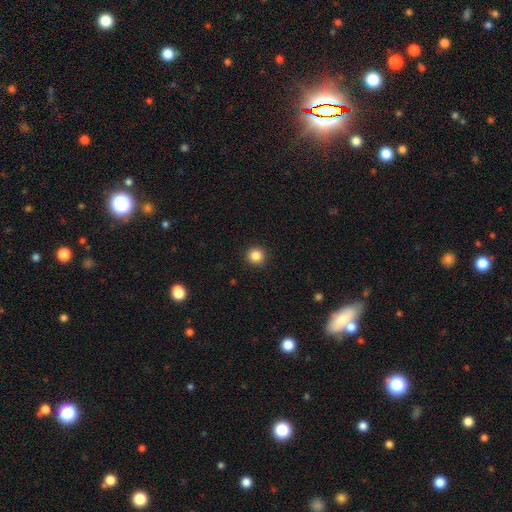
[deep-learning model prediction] Smooth or featured? smooth (85%)
How rounded? round (95%)
Merging? none (92%)